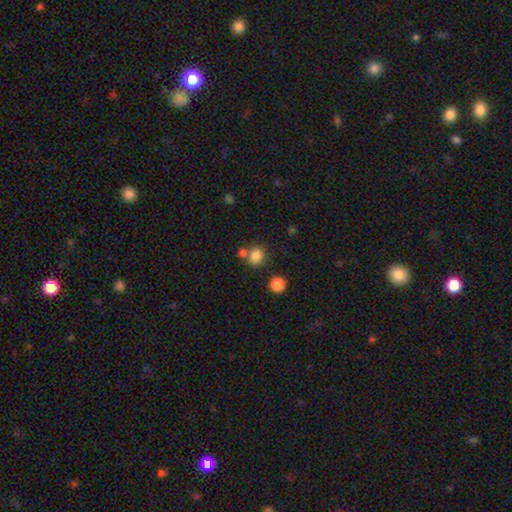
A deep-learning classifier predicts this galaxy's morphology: A smooth galaxy with no disk features (82%) that is round (79%). Merging: none (66%).